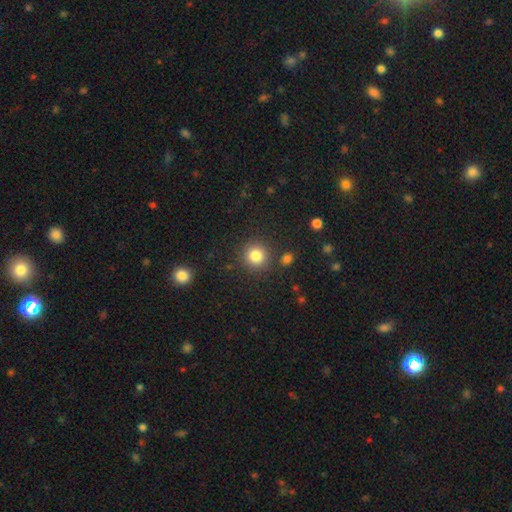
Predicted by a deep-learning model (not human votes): Smooth or featured?
  - smooth: 83% *
  - star or artifact: 11%
  - featured or disk: 5%
How rounded?
  - round: 93% *
  - in between: 6%
  - cigar-shaped: 1%
Merging?
  - none: 87% *
  - minor disturbance: 7%
  - merger: 4%
  - major disturbance: 3%